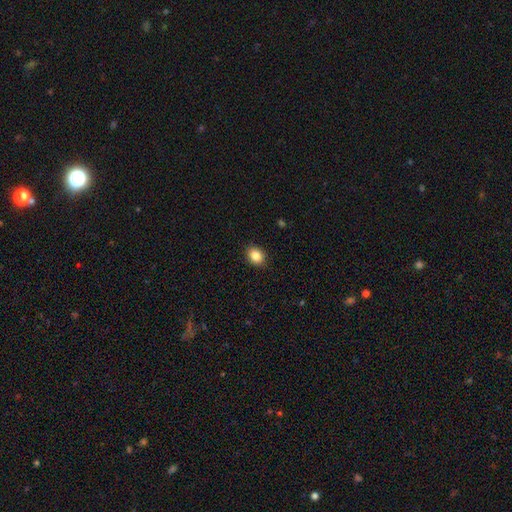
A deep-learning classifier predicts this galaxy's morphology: Smooth or featured: smooth — 86% (star or artifact — 9%)
How rounded: in between — 54% (round — 45%)
Merging: none — 90% (minor disturbance — 8%)